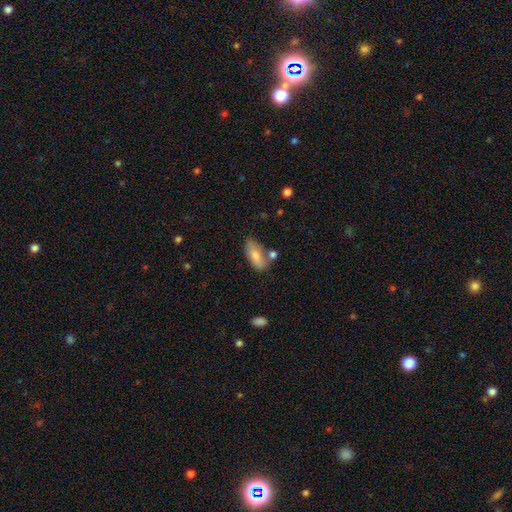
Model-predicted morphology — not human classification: smooth 73%, featured or disk 19%, star or artifact 7%. Down the decision tree: how rounded — in between (81%); merging — none (64%).